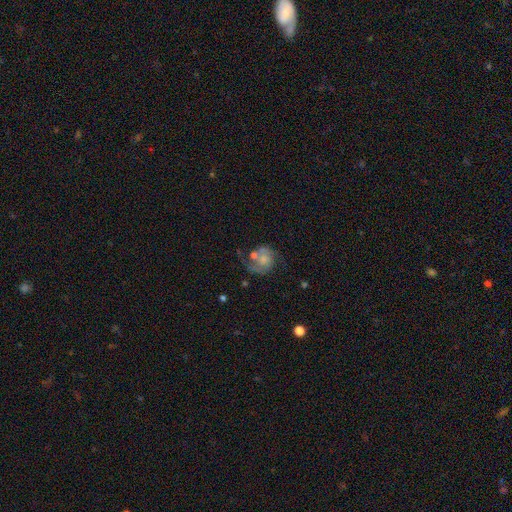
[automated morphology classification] Smooth or featured: featured or disk — 65% (smooth — 22%)
Edge-on disk: no — 98% (yes — 2%)
Bar: no — 77% (weak — 20%)
Spiral arms: yes — 82% (no — 18%)
Spiral winding: medium — 42% (loose — 32%)
Spiral arm count: 2 — 48% (1 — 33%)
Bulge size: moderate — 39% (small — 35%)
Merging: none — 42% (major disturbance — 24%)